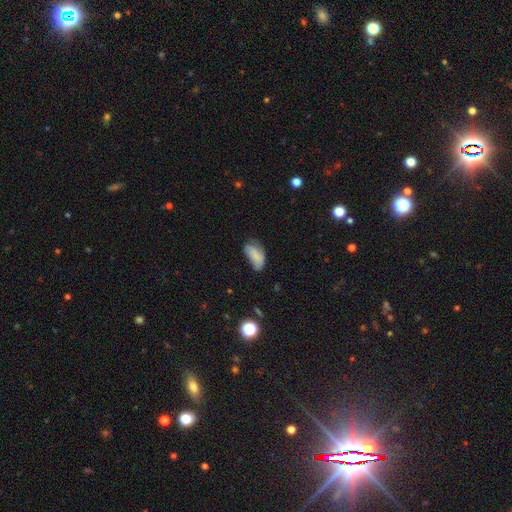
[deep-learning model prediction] A smooth galaxy with no disk features (73%) that is in between round and cigar-shaped (91%). Merging: none (41%).